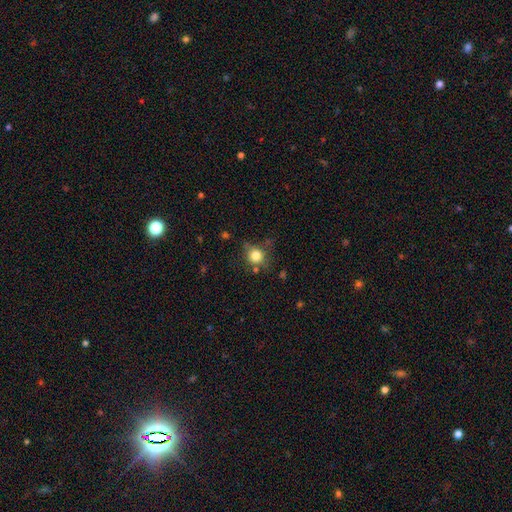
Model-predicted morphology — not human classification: This is likely a smooth galaxy (80%). How rounded: clearly round (85%). Merging: likely none (67%).